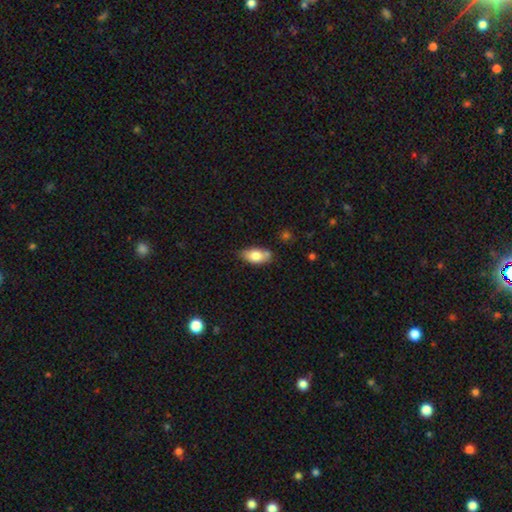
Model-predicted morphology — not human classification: type=smooth (80%); roundness=in between (90%); merging=none (65%).